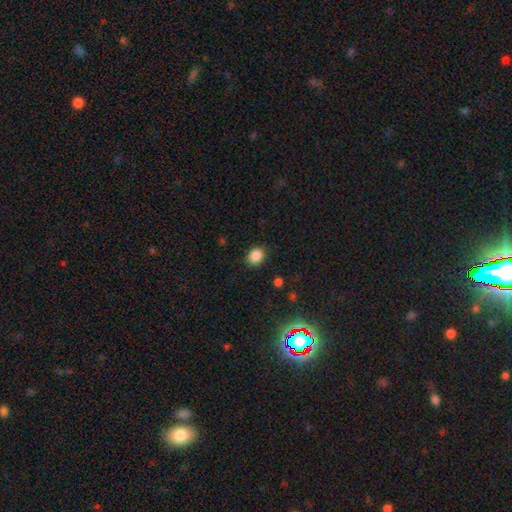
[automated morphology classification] Smooth or featured: smooth — 87% (star or artifact — 10%)
How rounded: round — 60% (in between — 39%)
Merging: none — 85% (minor disturbance — 10%)